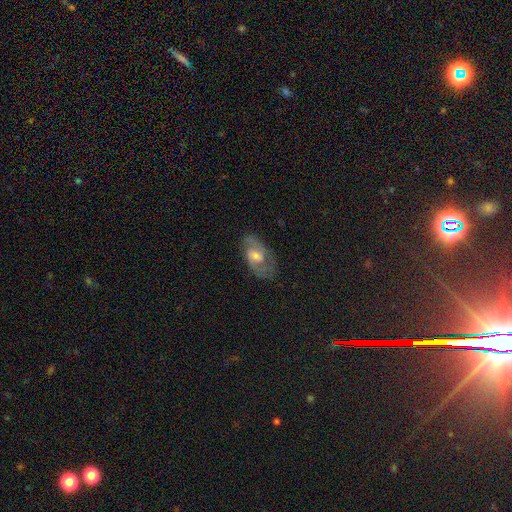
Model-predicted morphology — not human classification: Overall: featured or disk (65%; smooth 25%). Edge-on disk: no (93%). Bar: no (48%; weak 43%). Spiral arms: yes (81%). Bulge size: moderate (61%; small 27%). Merging: none (74%).